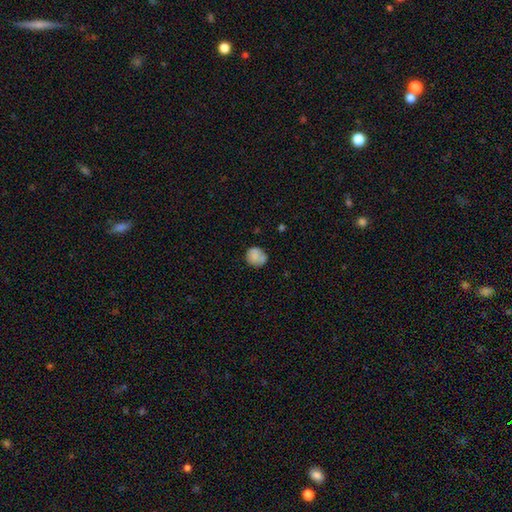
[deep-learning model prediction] Smooth or featured? Predicted: smooth (p=0.78). How rounded? Predicted: round (p=0.83). Merging? Predicted: none (p=0.64).